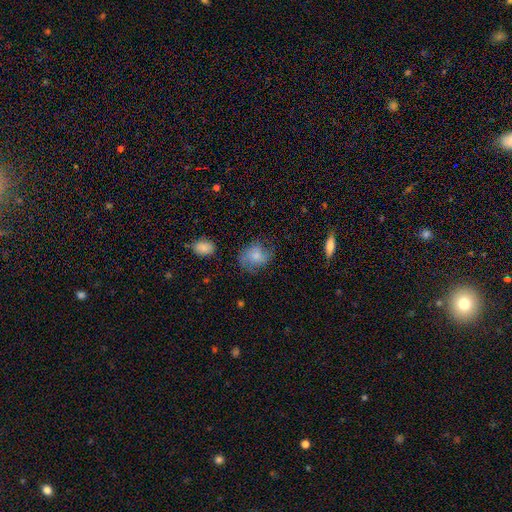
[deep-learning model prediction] This appears to be a smooth galaxy with no disk features (70%) that is round (55%). Merging: none (61%).